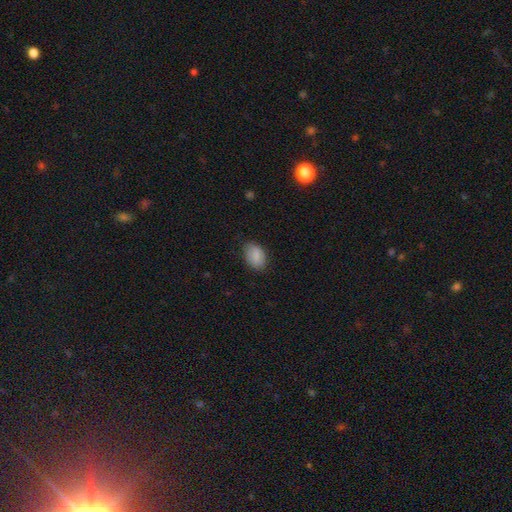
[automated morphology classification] Q: Smooth or featured?
A: smooth (87%); runner-up: star or artifact (7%)
Q: How rounded?
A: in between (87%); runner-up: round (12%)
Q: Merging?
A: none (79%); runner-up: minor disturbance (17%)